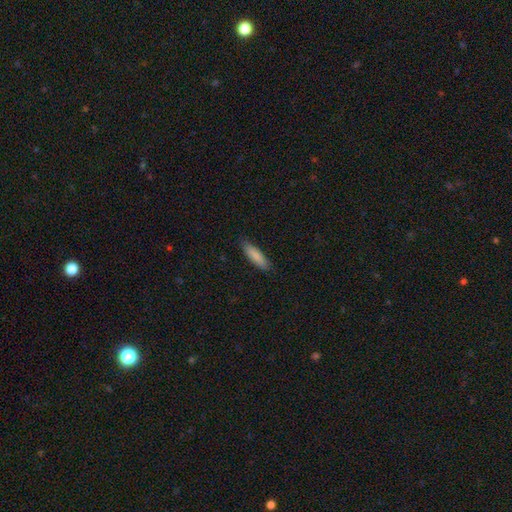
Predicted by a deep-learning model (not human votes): Smooth or featured: smooth — 86% (featured or disk — 9%)
How rounded: cigar-shaped — 56% (in between — 42%)
Merging: none — 86% (minor disturbance — 11%)